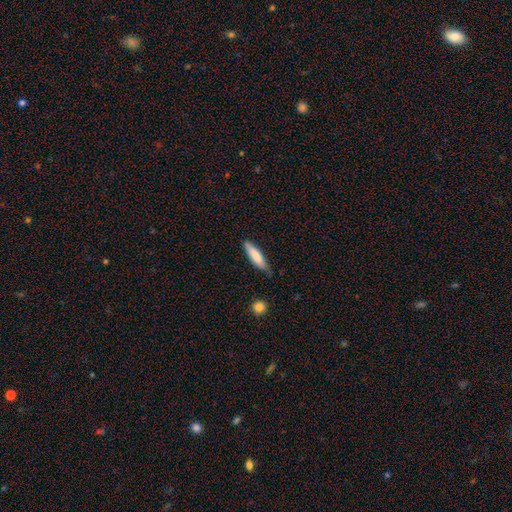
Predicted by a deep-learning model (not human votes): Smooth or featured? smooth (79%)
How rounded? cigar-shaped (74%)
Merging? none (75%)